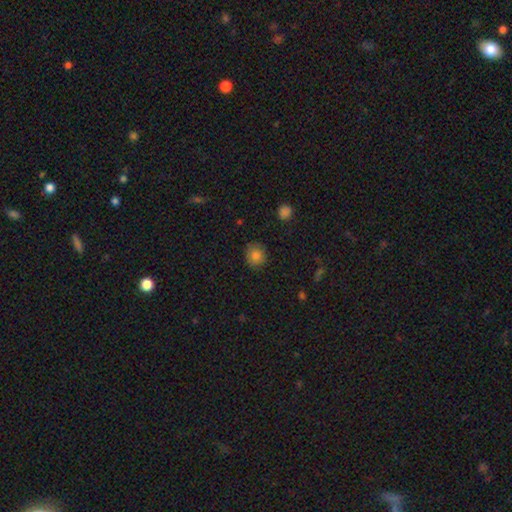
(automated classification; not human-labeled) This appears to be a smooth galaxy with no disk features (83%) that is round (84%). Merging: none (85%).